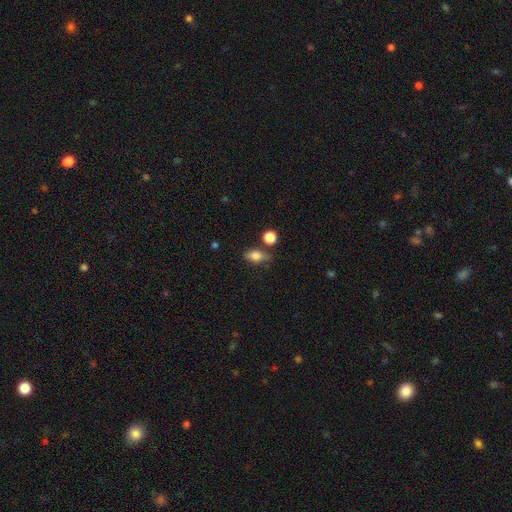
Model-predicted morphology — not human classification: This is likely a smooth galaxy (75%). How rounded: likely in between (77%). Merging: likely none (66%).